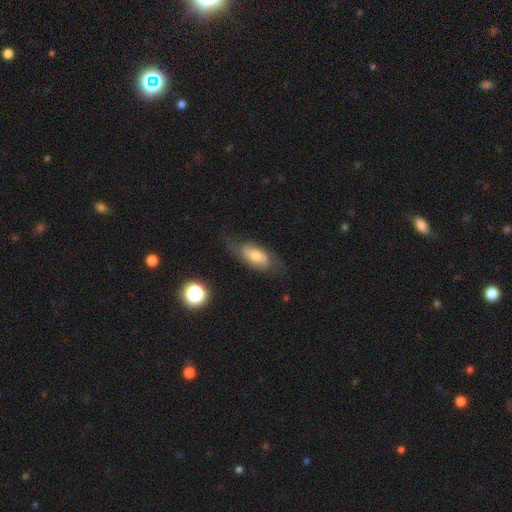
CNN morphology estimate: A featured or disk galaxy (49%).

Vote fractions:
- Smooth or featured? featured or disk: 49% / smooth: 42% / star or artifact: 9%
- Merging? none: 57% / minor disturbance: 25% / major disturbance: 16% / merger: 2%